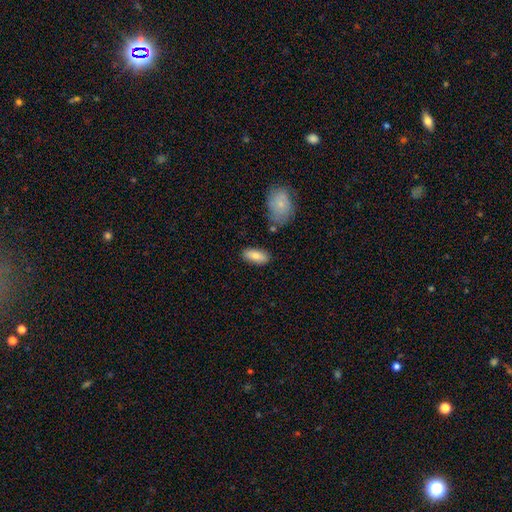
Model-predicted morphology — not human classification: This appears to be a smooth galaxy with no disk features (79%) that is in between round and cigar-shaped (85%). Merging: none (82%).